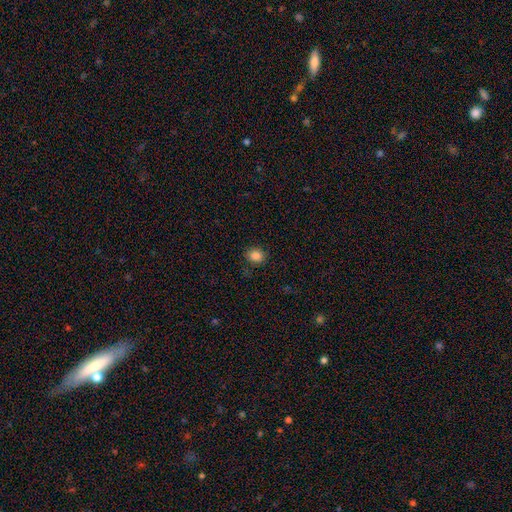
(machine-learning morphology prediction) A smooth galaxy with no disk features (85%) that is round (67%).

Vote fractions:
- Smooth or featured? smooth: 85% / star or artifact: 11% / featured or disk: 4%
- How rounded? round: 67% / in between: 32% / cigar-shaped: 1%
- Merging? none: 86% / minor disturbance: 10% / major disturbance: 3% / merger: 1%